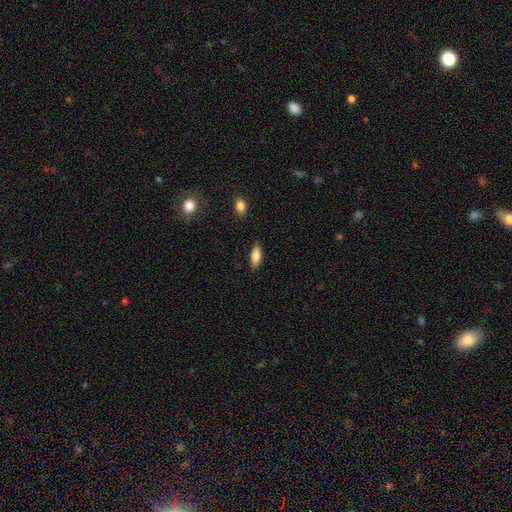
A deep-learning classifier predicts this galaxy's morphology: Smooth or featured?
  - smooth: 81% *
  - featured or disk: 12%
  - star or artifact: 7%
How rounded?
  - in between: 76% *
  - cigar-shaped: 22%
  - round: 2%
Merging?
  - none: 87% *
  - minor disturbance: 10%
  - major disturbance: 2%
  - merger: 1%